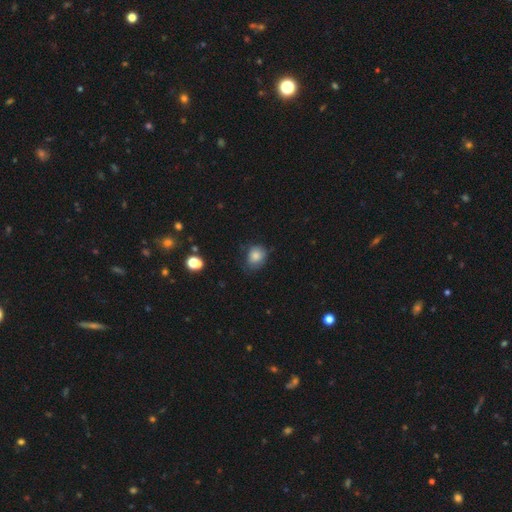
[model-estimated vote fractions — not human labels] Smooth or featured? smooth (81%)
How rounded? round (63%)
Merging? none (61%)